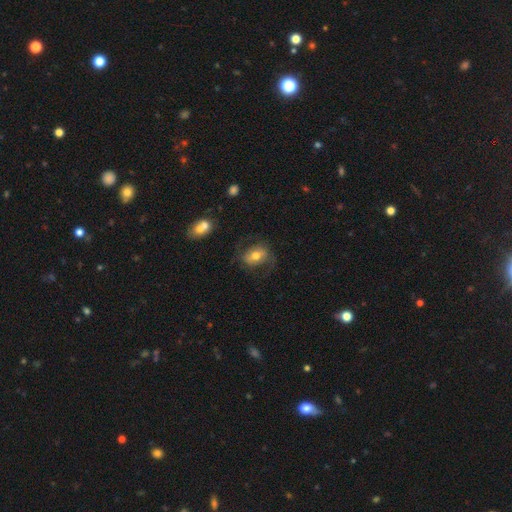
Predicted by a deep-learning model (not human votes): The model was most divided on "smooth or featured": smooth: 52%, featured or disk: 40%, star or artifact: 8%. More confident: how rounded — in between (62%); merging — none (61%).